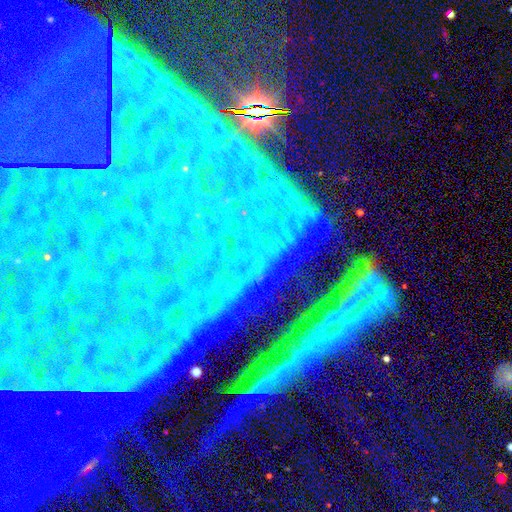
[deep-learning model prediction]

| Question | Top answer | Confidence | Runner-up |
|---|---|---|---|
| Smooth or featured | star or artifact | 82% | featured or disk (10%) |